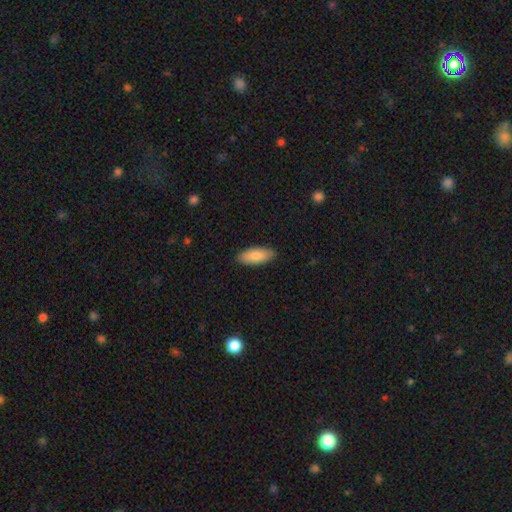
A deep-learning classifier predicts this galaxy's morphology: This is clearly a smooth galaxy (85%). How rounded: clearly in between (84%). Merging: clearly none (88%).